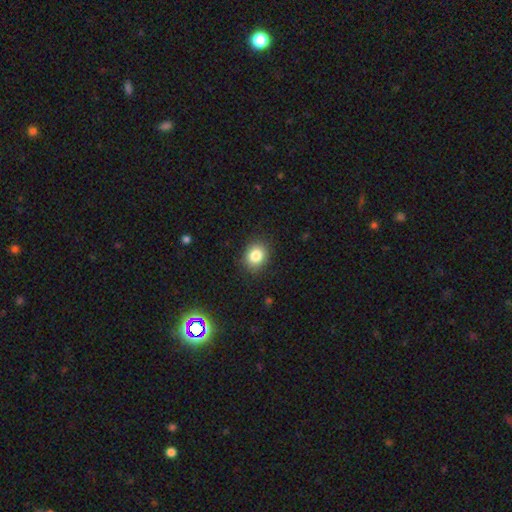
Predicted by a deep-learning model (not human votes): smooth-or-featured: smooth: 84% | star or artifact: 10% | featured or disk: 6%
  how-rounded: round: 64% | in between: 35% | cigar-shaped: 1%
  merging: none: 88% | minor disturbance: 9% | major disturbance: 2% | merger: 1%